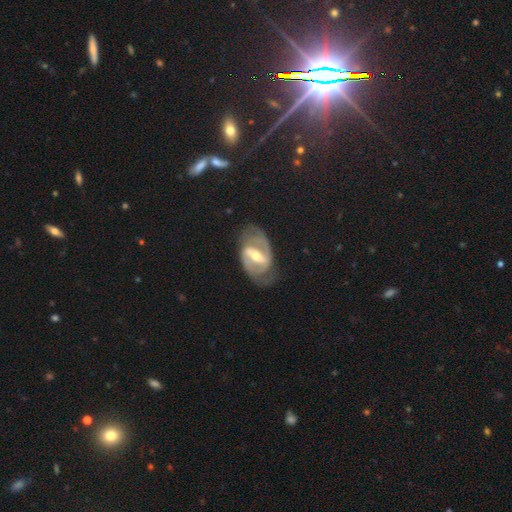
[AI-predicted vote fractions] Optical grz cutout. It shows a featured or disk galaxy (87%) with a strong bar (69%), 2 (88%) medium (49%) spiral arms (86%) and a moderate central bulge (65%). Merging: none (71%).